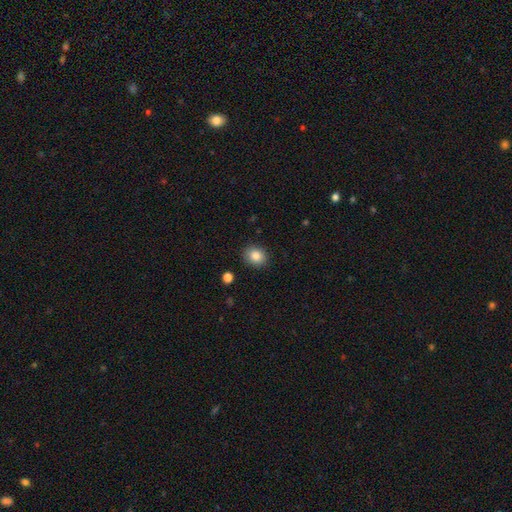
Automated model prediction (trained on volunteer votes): smooth-or-featured: smooth: 85% | star or artifact: 9% | featured or disk: 6%
  how-rounded: round: 63% | in between: 36% | cigar-shaped: 1%
  merging: none: 89% | minor disturbance: 8% | major disturbance: 2% | merger: 1%